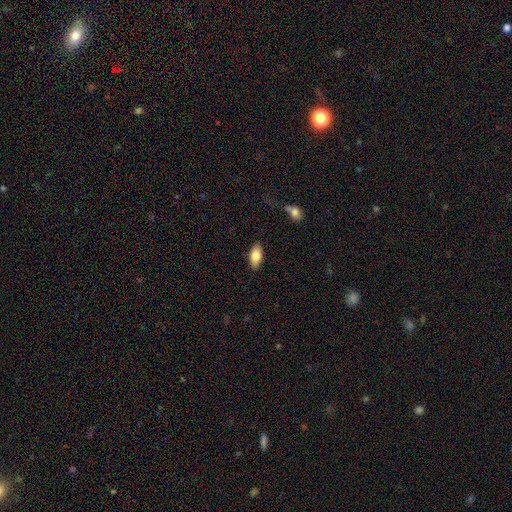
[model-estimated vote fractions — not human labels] Overall: smooth (80%). How rounded: in between (88%). Merging: none (87%).